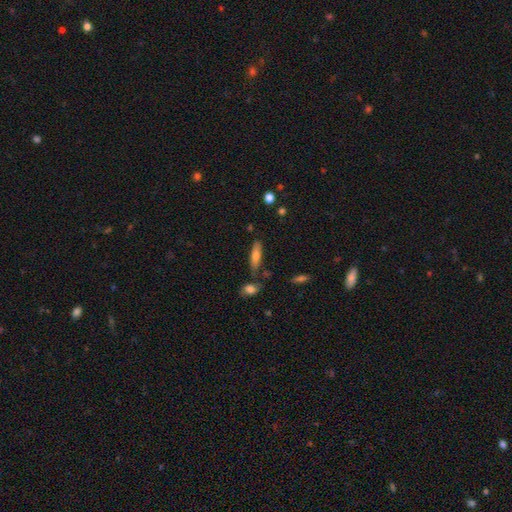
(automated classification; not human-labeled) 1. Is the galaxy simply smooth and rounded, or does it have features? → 70% smooth, 22% featured or disk, 8% star or artifact.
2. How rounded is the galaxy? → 57% cigar-shaped, 41% in between, 2% round.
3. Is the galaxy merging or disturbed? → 74% none, 15% minor disturbance, 8% merger, 4% major disturbance.